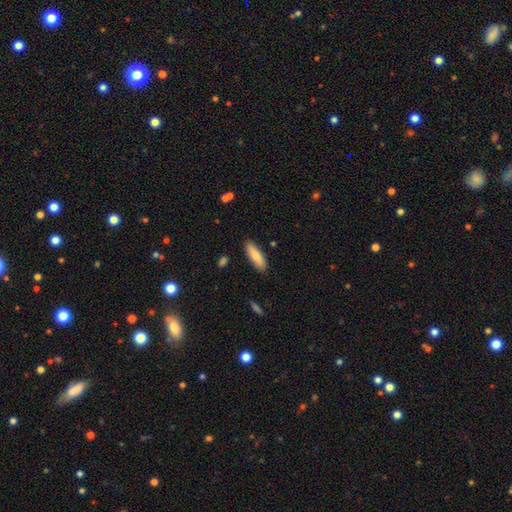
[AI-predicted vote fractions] Smooth or featured: smooth — 78% (featured or disk — 16%)
How rounded: in between — 51% (cigar-shaped — 47%)
Merging: none — 87% (minor disturbance — 10%)